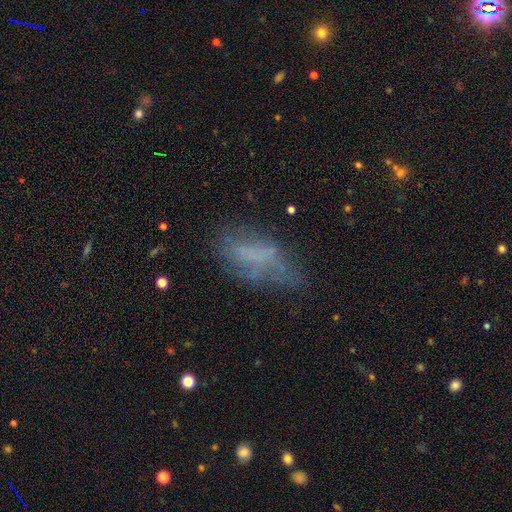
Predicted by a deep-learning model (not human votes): Smooth or featured?
  - smooth: 51% *
  - featured or disk: 34%
  - star or artifact: 15%
How rounded?
  - in between: 78% *
  - cigar-shaped: 19%
  - round: 3%
Merging?
  - none: 44% *
  - minor disturbance: 29%
  - major disturbance: 23%
  - merger: 4%